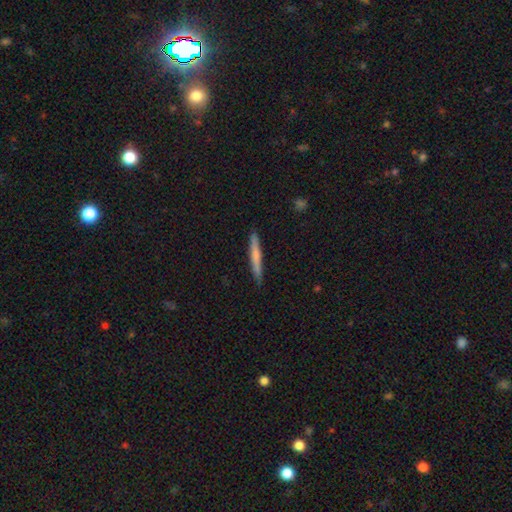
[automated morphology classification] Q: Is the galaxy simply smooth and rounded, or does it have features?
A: smooth — 64%.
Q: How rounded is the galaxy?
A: cigar-shaped — 96%.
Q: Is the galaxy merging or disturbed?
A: none — 88%.